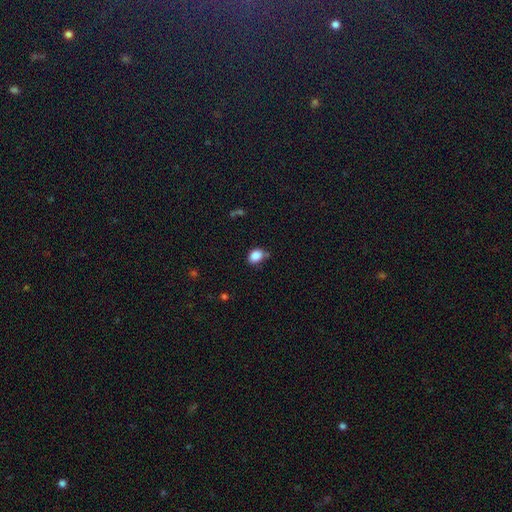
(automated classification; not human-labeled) Morphology: type=smooth (86%); roundness=in between (66%); merging=none (62%).